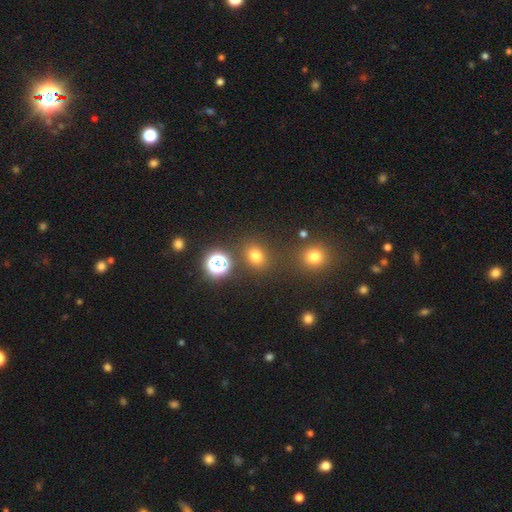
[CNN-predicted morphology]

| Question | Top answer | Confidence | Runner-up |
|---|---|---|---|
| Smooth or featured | smooth | 73% | star or artifact (21%) |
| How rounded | round | 63% | in between (36%) |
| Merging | none | 80% | minor disturbance (9%) |